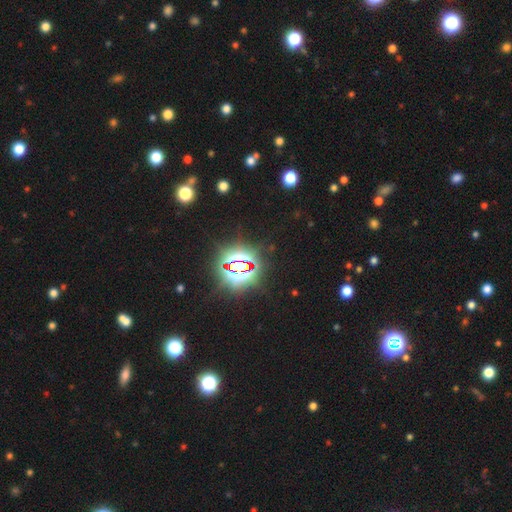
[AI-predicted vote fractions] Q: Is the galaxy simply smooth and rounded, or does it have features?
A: star or artifact — 81%.